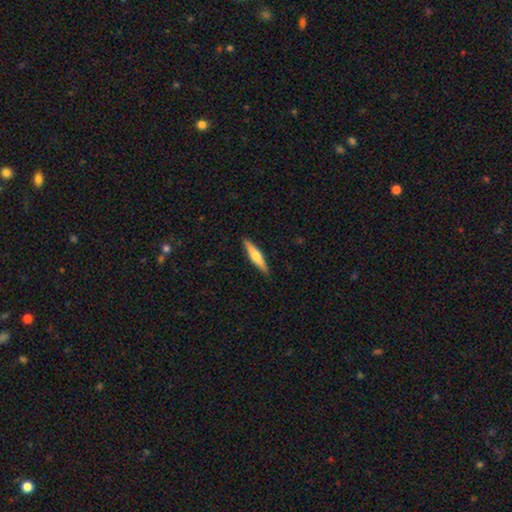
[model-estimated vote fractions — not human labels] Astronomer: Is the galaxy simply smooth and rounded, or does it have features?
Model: smooth — 51% (runner-up: featured or disk, 44%).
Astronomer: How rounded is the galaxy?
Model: cigar-shaped — 85%.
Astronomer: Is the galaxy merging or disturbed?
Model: none — 90%.